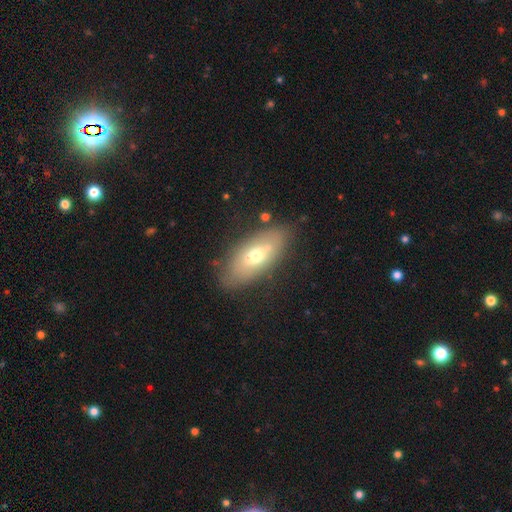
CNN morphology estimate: Q: Smooth or featured?
A: smooth (57%); runner-up: featured or disk (35%)
Q: How rounded?
A: in between (82%); runner-up: cigar-shaped (14%)
Q: Merging?
A: none (76%); runner-up: minor disturbance (15%)